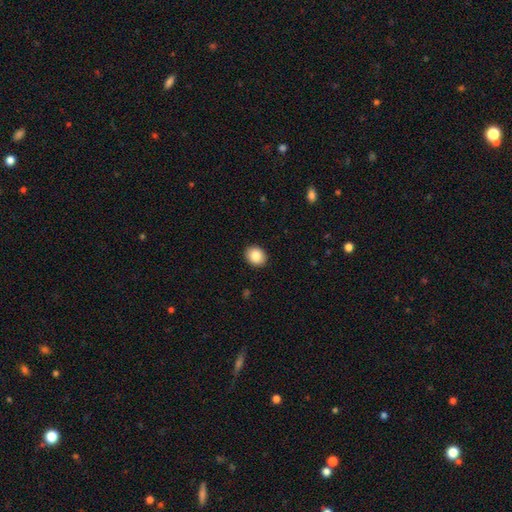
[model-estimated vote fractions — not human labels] A smooth galaxy with no disk features (86%) that is round (61%). Merging: none (91%).